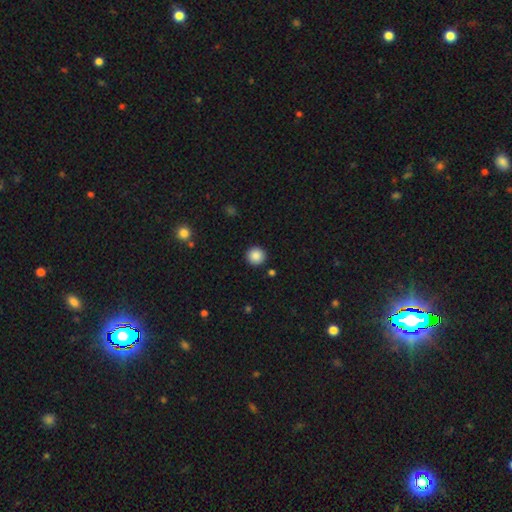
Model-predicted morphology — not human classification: This is clearly a smooth galaxy (88%). How rounded: clearly round (95%). Merging: clearly none (92%).